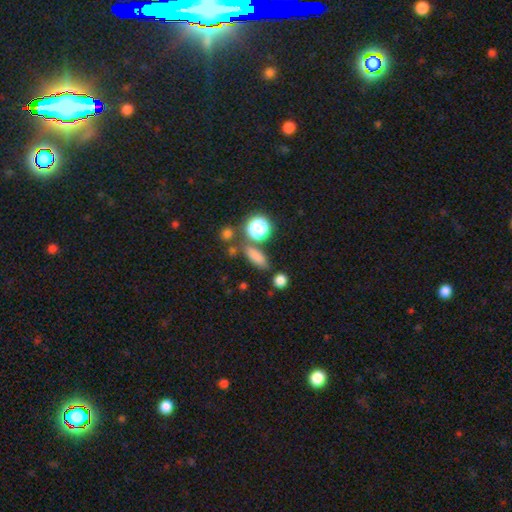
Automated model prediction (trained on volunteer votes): A smooth galaxy with no disk features (75%) that is in between round and cigar-shaped (49%). Merging: none (74%).